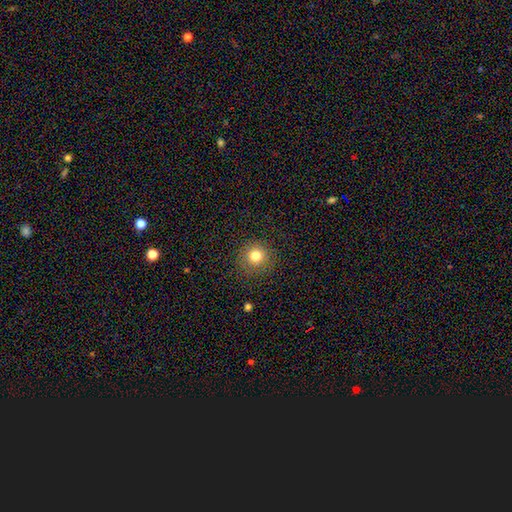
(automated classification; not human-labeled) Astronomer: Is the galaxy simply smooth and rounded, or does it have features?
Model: smooth — 79%.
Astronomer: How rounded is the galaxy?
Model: round — 94%.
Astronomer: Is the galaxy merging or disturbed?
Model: none — 88%.